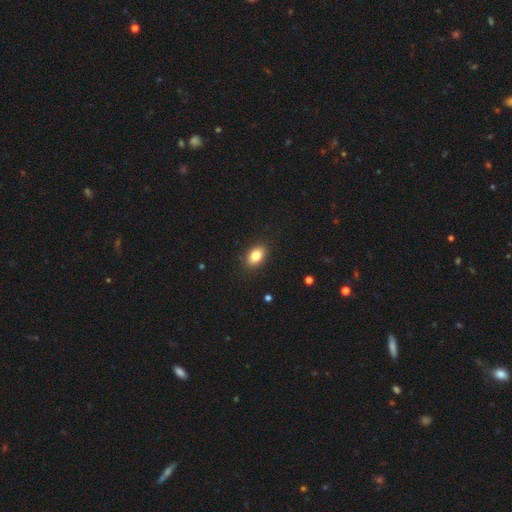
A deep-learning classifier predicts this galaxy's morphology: Q: Smooth or featured?
A: smooth (83%); runner-up: star or artifact (9%)
Q: How rounded?
A: in between (83%); runner-up: round (16%)
Q: Merging?
A: none (88%); runner-up: minor disturbance (9%)